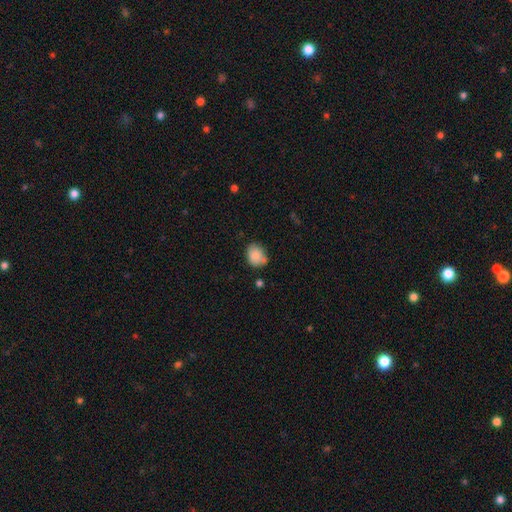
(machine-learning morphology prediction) A smooth galaxy with no disk features (86%) that is round (51%). Merging: none (64%).